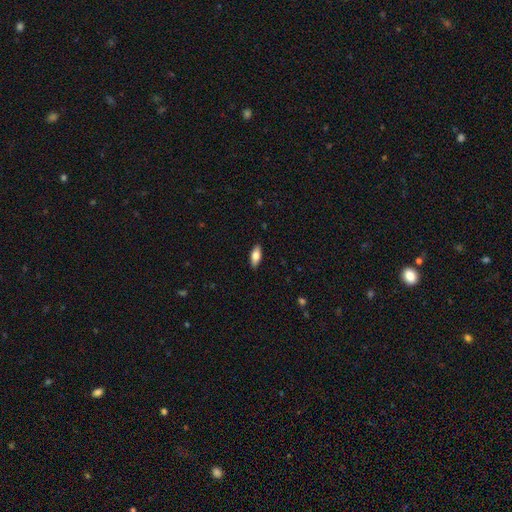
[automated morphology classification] Smooth or featured: smooth — 73% (featured or disk — 21%)
How rounded: in between — 79% (cigar-shaped — 19%)
Merging: none — 89% (minor disturbance — 8%)